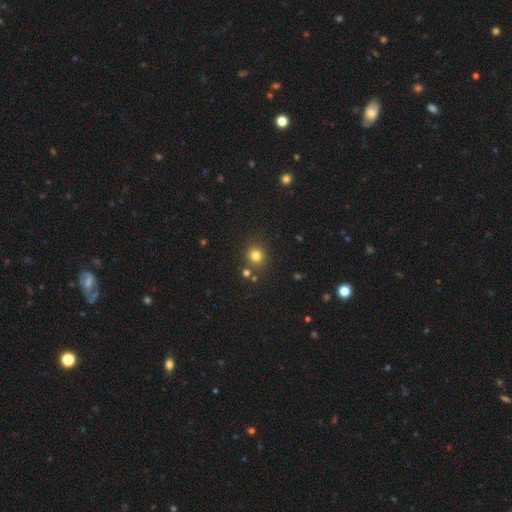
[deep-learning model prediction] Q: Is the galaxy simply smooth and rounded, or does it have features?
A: smooth — 79%.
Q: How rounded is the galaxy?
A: round — 85%.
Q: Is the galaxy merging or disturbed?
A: none — 80%.